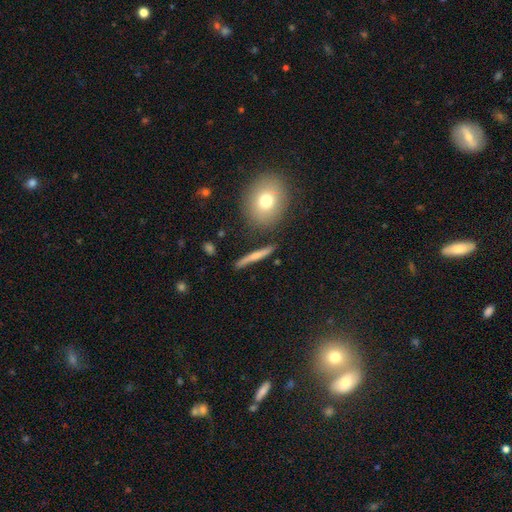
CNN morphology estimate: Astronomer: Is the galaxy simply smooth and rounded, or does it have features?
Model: smooth — 46%, tied with featured or disk at 46%.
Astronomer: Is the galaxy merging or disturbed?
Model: none — 85%.